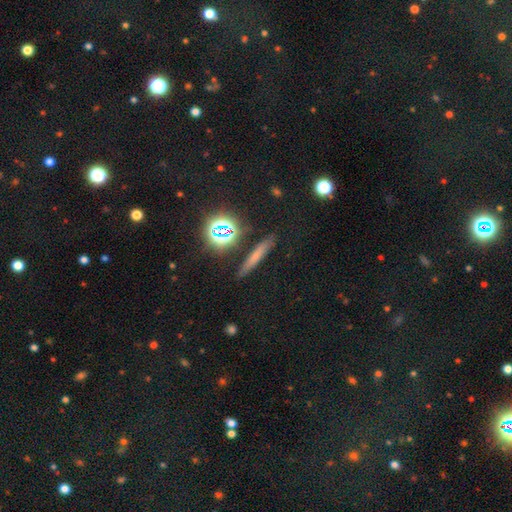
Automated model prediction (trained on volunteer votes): A smooth galaxy with no disk features (57%) that is cigar-shaped (87%).

Vote fractions:
- Smooth or featured? smooth: 57% / featured or disk: 22% / star or artifact: 21%
- How rounded? cigar-shaped: 87% / round: 7% / in between: 6%
- Merging? none: 86% / minor disturbance: 9% / major disturbance: 3% / merger: 3%